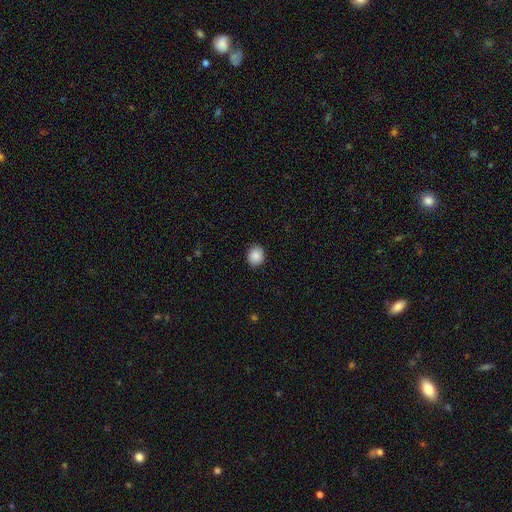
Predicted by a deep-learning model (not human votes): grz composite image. It shows a smooth galaxy with no disk features (87%) that is round (67%). Merging: none (88%).